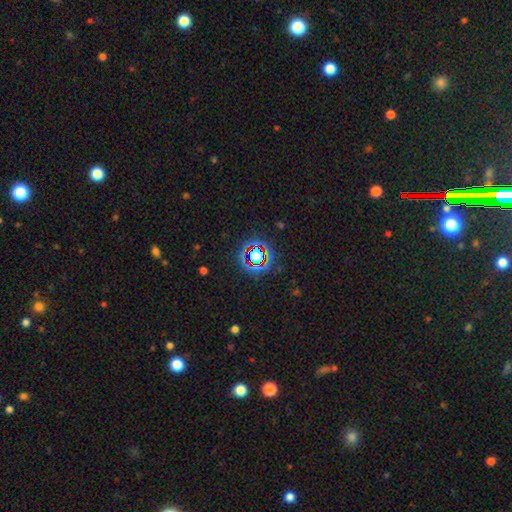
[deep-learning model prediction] smooth-or-featured: star or artifact: 69% | smooth: 21% | featured or disk: 11%